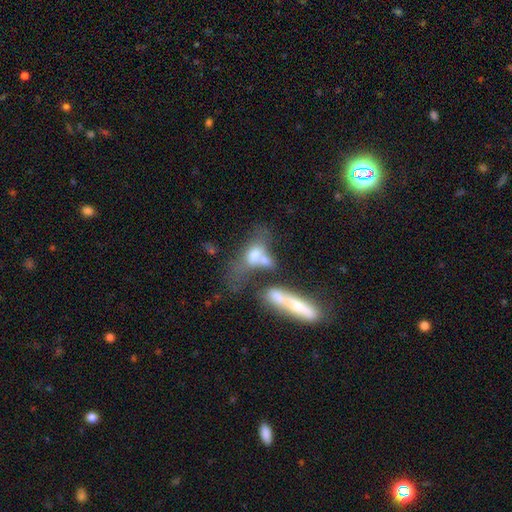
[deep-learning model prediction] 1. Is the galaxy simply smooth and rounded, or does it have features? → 61% smooth, 29% featured or disk, 11% star or artifact.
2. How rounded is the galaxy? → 72% in between, 14% round, 13% cigar-shaped.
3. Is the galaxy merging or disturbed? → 55% merger, 17% none, 17% major disturbance, 11% minor disturbance.